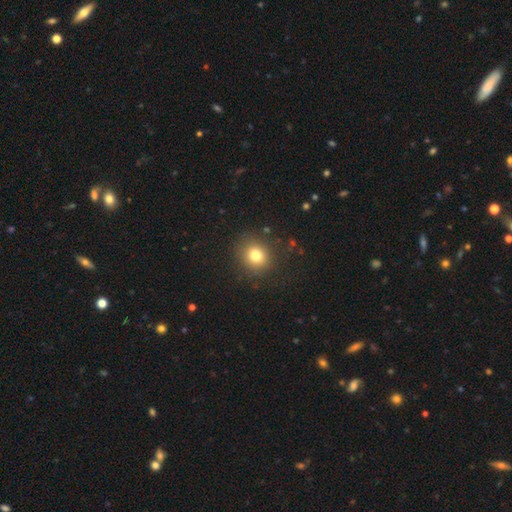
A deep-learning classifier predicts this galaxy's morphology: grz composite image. It shows a smooth galaxy with no disk features (78%) that is round (85%). Merging: none (87%).